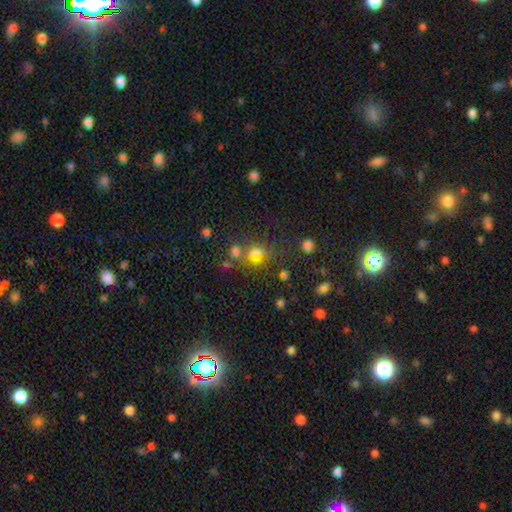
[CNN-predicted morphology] This appears to be a smooth galaxy with no disk features (60%) that is round (78%). Merging: none (57%).